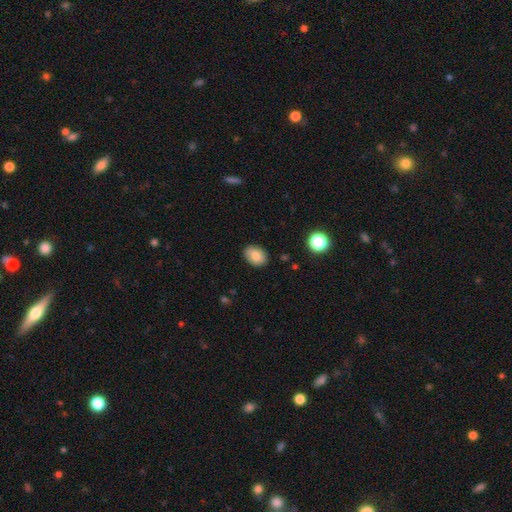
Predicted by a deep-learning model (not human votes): smooth 82%, featured or disk 10%, star or artifact 9%. Down the decision tree: how rounded — in between (70%); merging — none (86%).